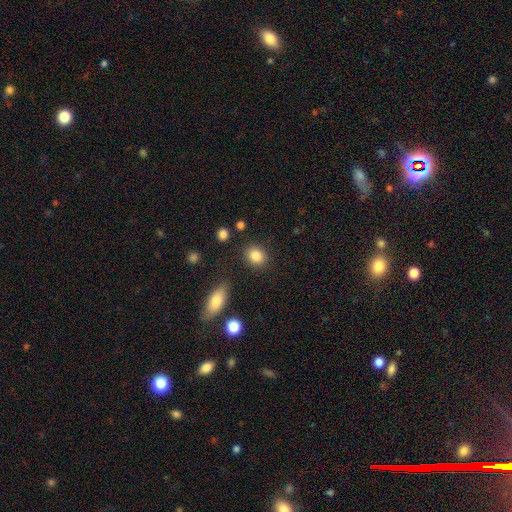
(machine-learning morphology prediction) Smooth or featured?
  - smooth: 86% *
  - star or artifact: 9%
  - featured or disk: 5%
How rounded?
  - round: 59% *
  - in between: 39%
  - cigar-shaped: 1%
Merging?
  - none: 85% *
  - minor disturbance: 9%
  - major disturbance: 3%
  - merger: 3%